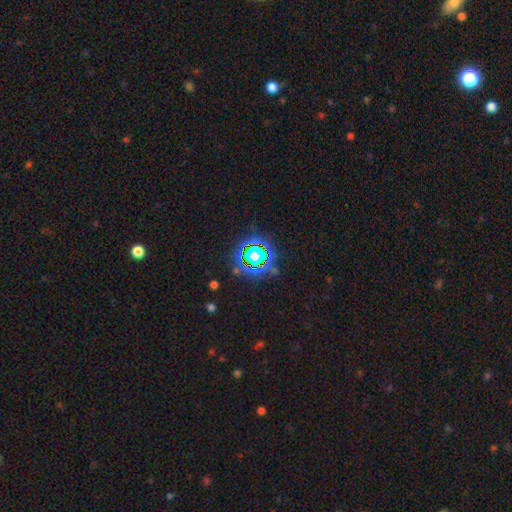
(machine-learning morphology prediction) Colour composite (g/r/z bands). It shows a star or artifact, not a galaxy (76%).